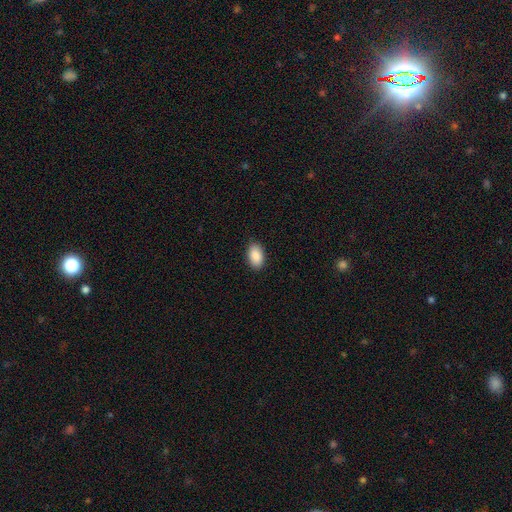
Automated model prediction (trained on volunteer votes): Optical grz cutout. It shows a smooth galaxy with no disk features (90%) that is in between round and cigar-shaped (94%). Merging: none (89%).